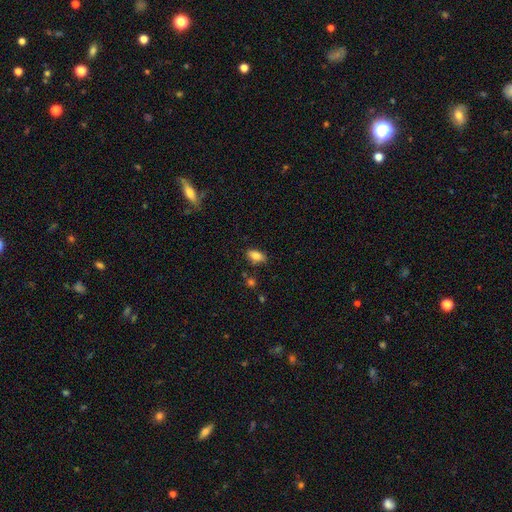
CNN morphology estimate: This appears to be a smooth galaxy with no disk features (84%) that is in between round and cigar-shaped (90%). Merging: none (81%).